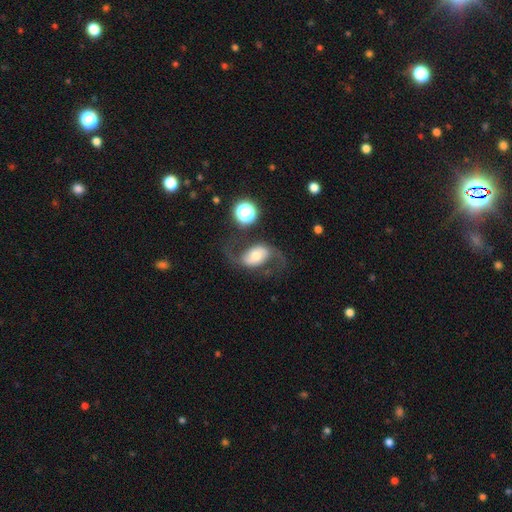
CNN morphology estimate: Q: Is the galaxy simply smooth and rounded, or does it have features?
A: featured or disk — 67%.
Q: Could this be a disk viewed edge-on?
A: no — 96%.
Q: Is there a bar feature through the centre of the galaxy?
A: no — 50%.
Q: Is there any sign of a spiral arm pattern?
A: yes — 87%.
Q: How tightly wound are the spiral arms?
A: loose — 72%.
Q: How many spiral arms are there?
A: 2 — 90%.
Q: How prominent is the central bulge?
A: moderate — 51%.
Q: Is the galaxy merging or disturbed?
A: none — 60%.